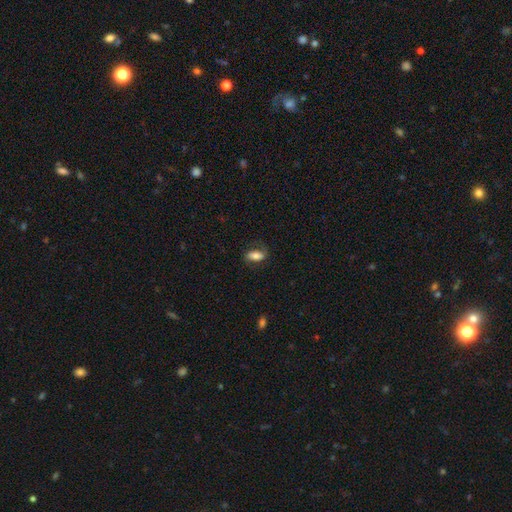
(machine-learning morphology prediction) Smooth or featured? smooth (71%)
How rounded? in between (85%)
Merging? none (70%)